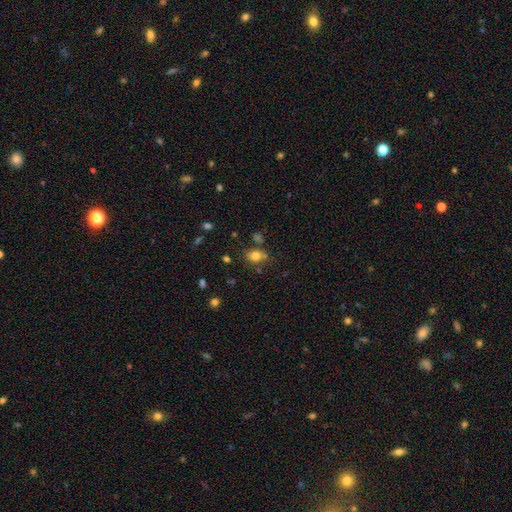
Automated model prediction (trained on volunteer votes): smooth-or-featured: smooth: 78% | star or artifact: 12% | featured or disk: 10%
  how-rounded: in between: 65% | round: 33% | cigar-shaped: 2%
  merging: none: 68% | minor disturbance: 18% | merger: 9% | major disturbance: 5%